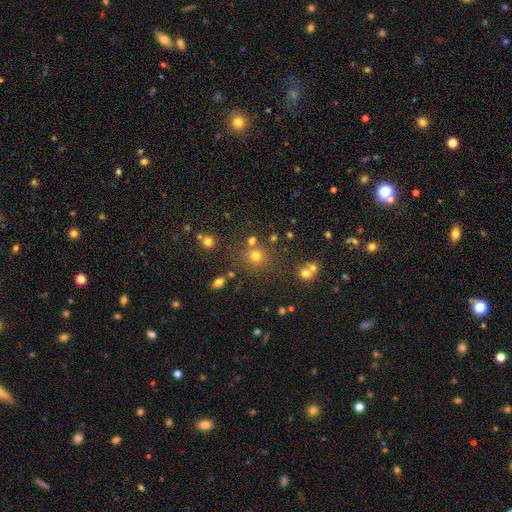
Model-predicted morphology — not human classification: Overall: smooth (69%). How rounded: round (90%). Merging: none (75%).